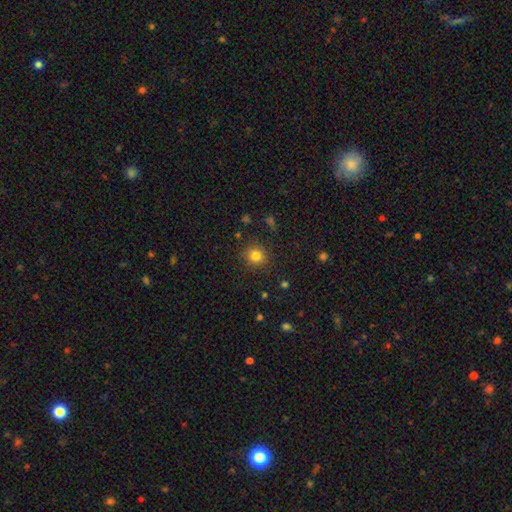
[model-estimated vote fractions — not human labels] This appears to be a smooth galaxy with no disk features (80%) that is round (89%). Merging: none (88%).